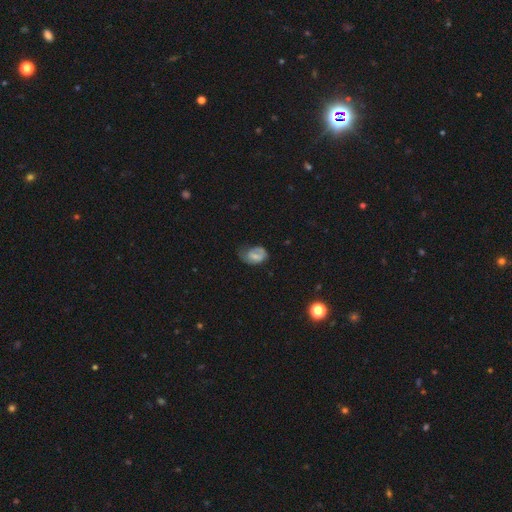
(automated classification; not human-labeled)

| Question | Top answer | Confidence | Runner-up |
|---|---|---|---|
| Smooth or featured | smooth | 54% | featured or disk (37%) |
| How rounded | in between | 78% | round (20%) |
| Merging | minor disturbance | 38% | none (33%) |